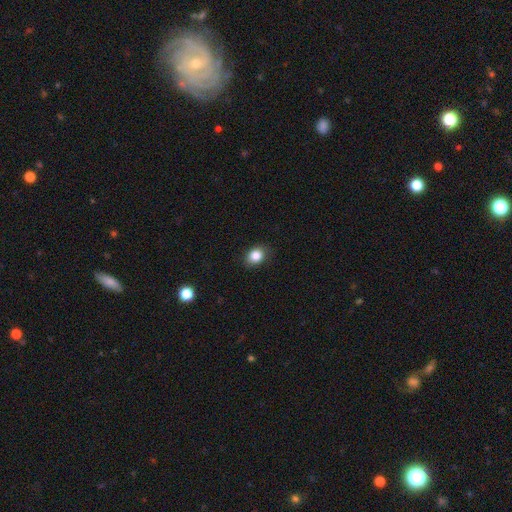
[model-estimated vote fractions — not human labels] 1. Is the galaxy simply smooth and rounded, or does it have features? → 85% smooth, 10% star or artifact, 5% featured or disk.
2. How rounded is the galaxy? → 52% in between, 47% round, 1% cigar-shaped.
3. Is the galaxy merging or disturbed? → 84% none, 12% minor disturbance, 3% major disturbance, 1% merger.